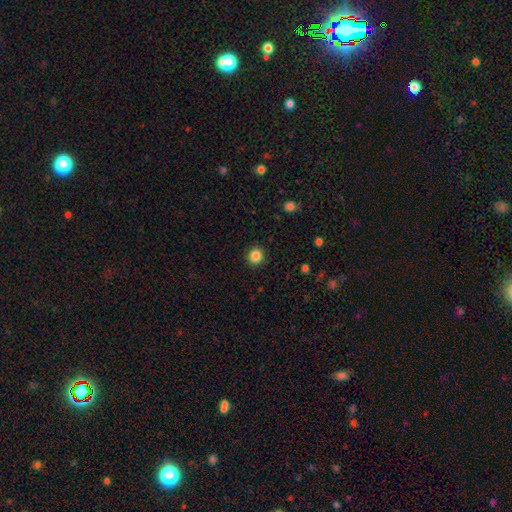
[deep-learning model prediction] Smooth or featured? Predicted: smooth (p=0.85). How rounded? Predicted: round (p=0.89). Merging? Predicted: none (p=0.91).